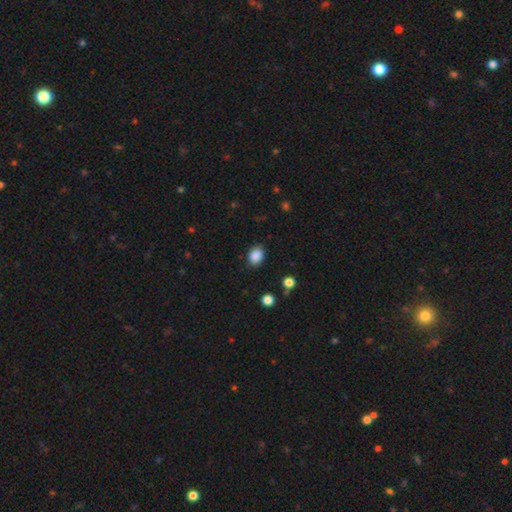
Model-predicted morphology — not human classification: Overall: smooth (87%). How rounded: in between (58%; round 41%). Merging: none (84%).